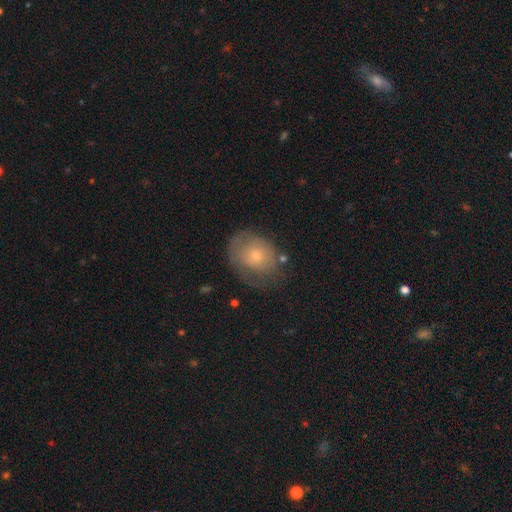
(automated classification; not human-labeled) The model was most divided on "smooth or featured": smooth: 50%, featured or disk: 40%, star or artifact: 10%. More confident: merging — none (60%).